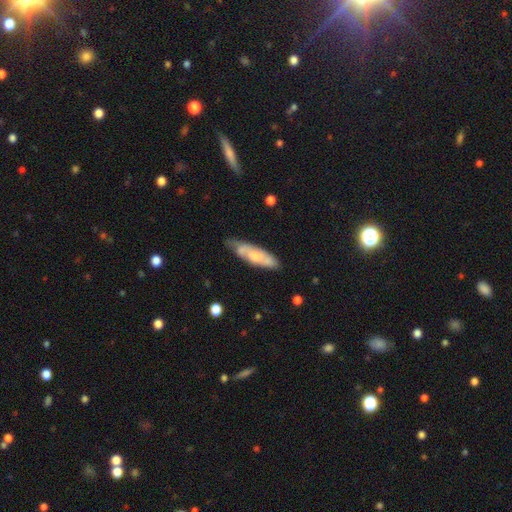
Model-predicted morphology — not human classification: A smooth galaxy with no disk features (51%) that is cigar-shaped (58%). Merging: none (59%).